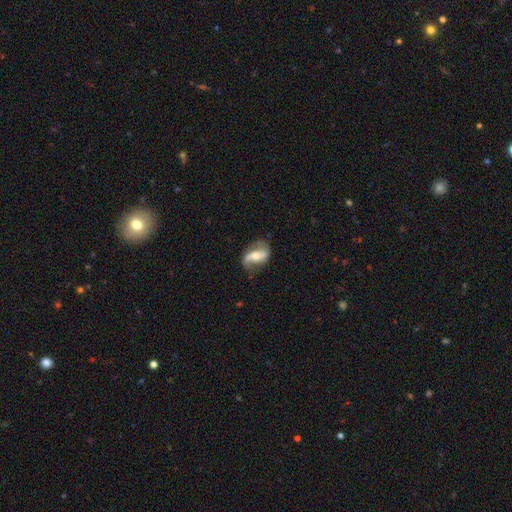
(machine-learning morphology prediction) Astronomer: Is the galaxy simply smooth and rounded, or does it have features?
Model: featured or disk — 78%.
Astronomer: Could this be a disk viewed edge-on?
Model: no — 94%.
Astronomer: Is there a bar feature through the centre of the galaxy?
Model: strong — 43% (runner-up: weak, 31%).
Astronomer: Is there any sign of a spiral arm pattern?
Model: yes — 89%.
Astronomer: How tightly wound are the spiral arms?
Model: loose — 65%.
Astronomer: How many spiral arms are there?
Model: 2 — 88%.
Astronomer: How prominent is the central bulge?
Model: moderate — 61%.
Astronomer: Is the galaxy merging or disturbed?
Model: none — 70%.